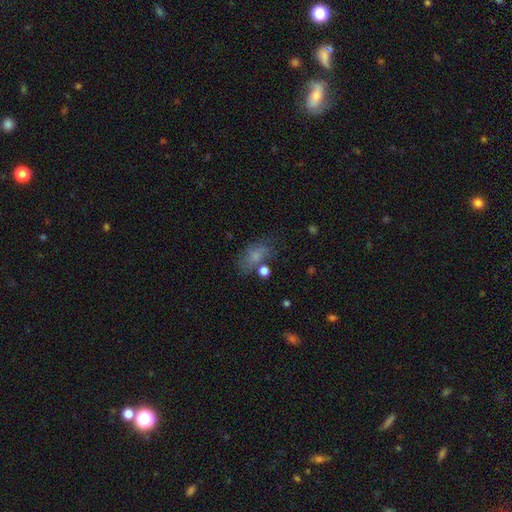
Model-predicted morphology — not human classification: Smooth or featured: smooth — 67% (featured or disk — 19%)
How rounded: in between — 83% (round — 12%)
Merging: none — 53% (minor disturbance — 23%)